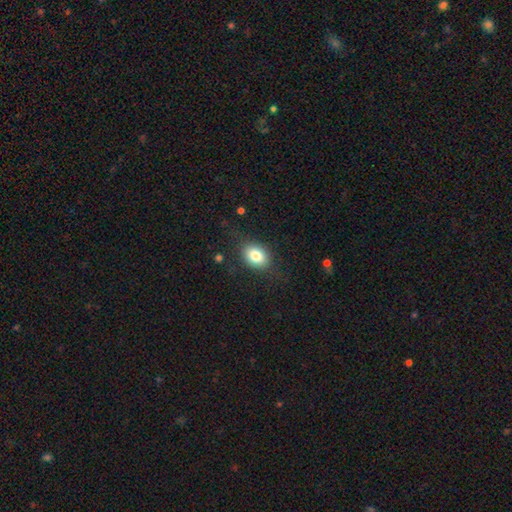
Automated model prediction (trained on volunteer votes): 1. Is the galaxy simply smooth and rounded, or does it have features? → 81% smooth, 10% featured or disk, 9% star or artifact.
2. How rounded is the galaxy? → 72% in between, 27% round, 1% cigar-shaped.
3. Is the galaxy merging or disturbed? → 80% none, 14% minor disturbance, 5% major disturbance, 1% merger.